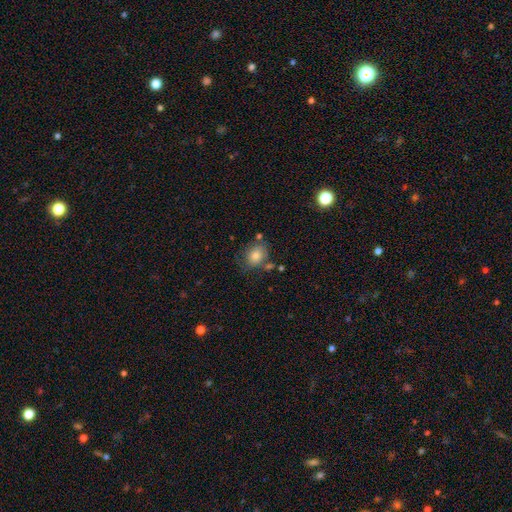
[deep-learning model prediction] The model was most divided on "how rounded": in between: 54%, round: 45%, cigar-shaped: 1%. More confident: smooth or featured — smooth (78%); merging — none (64%).